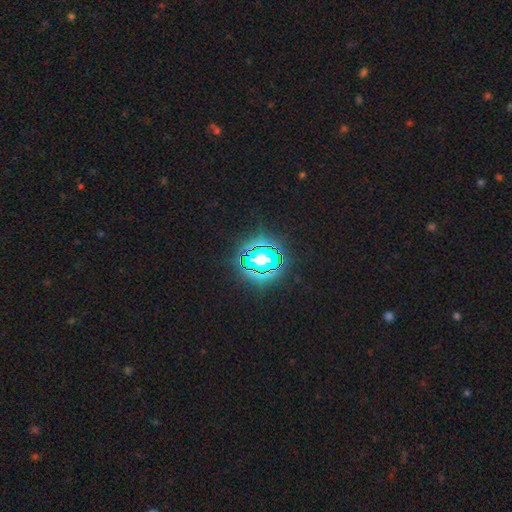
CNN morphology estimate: Overall: star or artifact (75%).